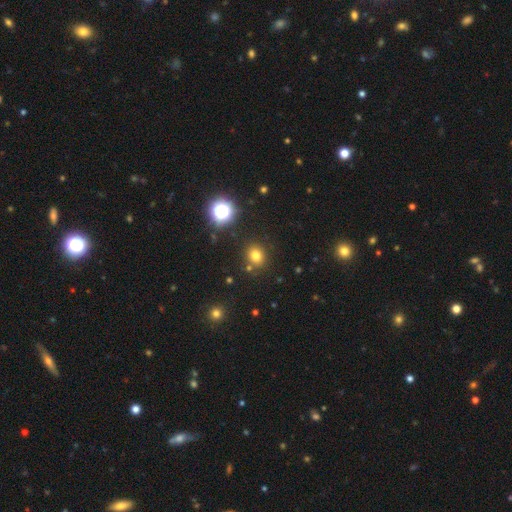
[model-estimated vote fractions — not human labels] Overall: smooth (74%). How rounded: round (74%). Merging: none (83%).